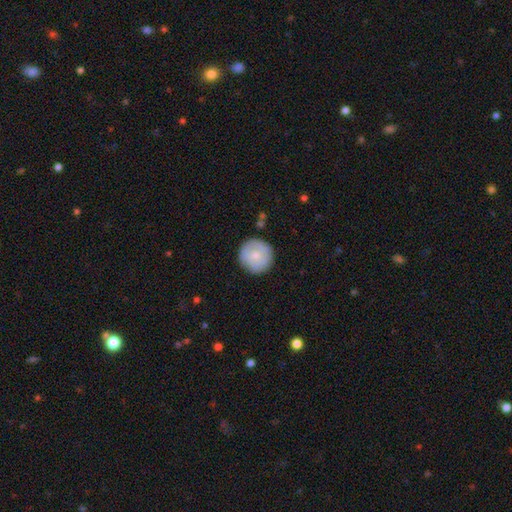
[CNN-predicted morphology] Smooth or featured?
  - smooth: 70% *
  - featured or disk: 24%
  - star or artifact: 6%
How rounded?
  - round: 96% *
  - in between: 3%
  - cigar-shaped: 1%
Merging?
  - none: 87% *
  - minor disturbance: 9%
  - major disturbance: 2%
  - merger: 2%